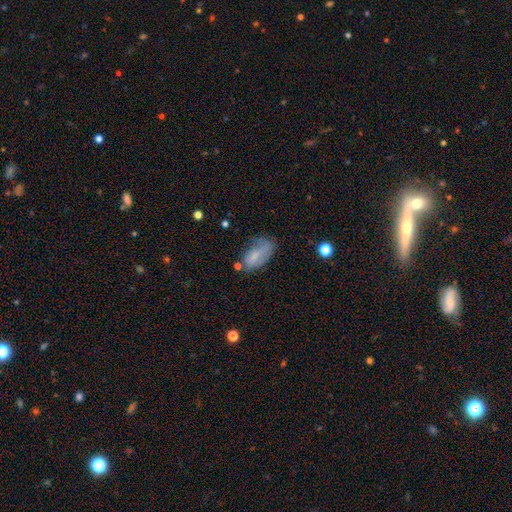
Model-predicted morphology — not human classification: Smooth or featured? Predicted: smooth (p=0.69). How rounded? Predicted: in between (p=0.89). Merging? Predicted: none (p=0.50).